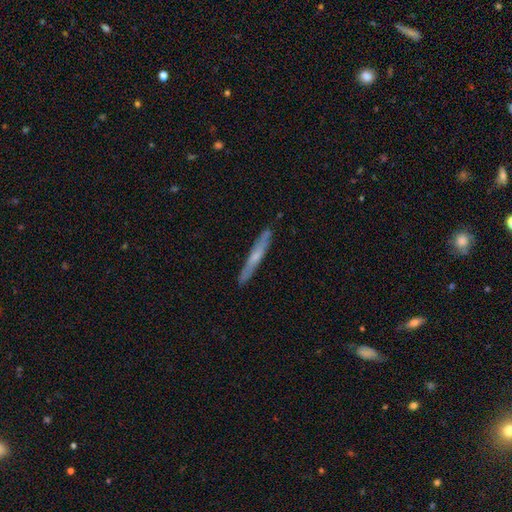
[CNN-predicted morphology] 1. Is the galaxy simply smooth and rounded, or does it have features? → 51% featured or disk, 43% smooth, 6% star or artifact.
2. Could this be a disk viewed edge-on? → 93% yes, 7% no.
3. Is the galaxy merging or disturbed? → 89% none, 9% minor disturbance, 2% major disturbance, 1% merger.